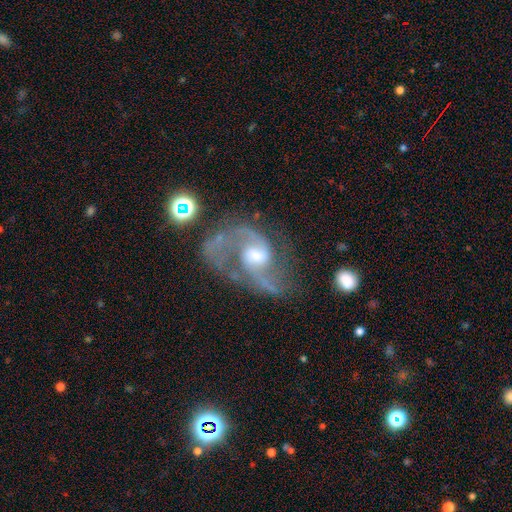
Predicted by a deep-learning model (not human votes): Smooth or featured?
  - featured or disk: 89% *
  - star or artifact: 6%
  - smooth: 5%
Edge-on disk?
  - no: 98% *
  - yes: 2%
Bar?
  - weak: 49% *
  - no: 39%
  - strong: 12%
Spiral arms?
  - yes: 96% *
  - no: 4%
Spiral winding?
  - medium: 47% *
  - loose: 44%
  - tight: 9%
Spiral arm count?
  - 2: 85% *
  - 1: 5%
  - can't tell: 4%
  - 3: 3%
  - 4: 1%
  - more than 4: 1%
Bulge size?
  - moderate: 53% *
  - small: 30%
  - large: 10%
  - none: 5%
  - dominant: 1%
Merging?
  - none: 48% *
  - major disturbance: 25%
  - minor disturbance: 18%
  - merger: 9%